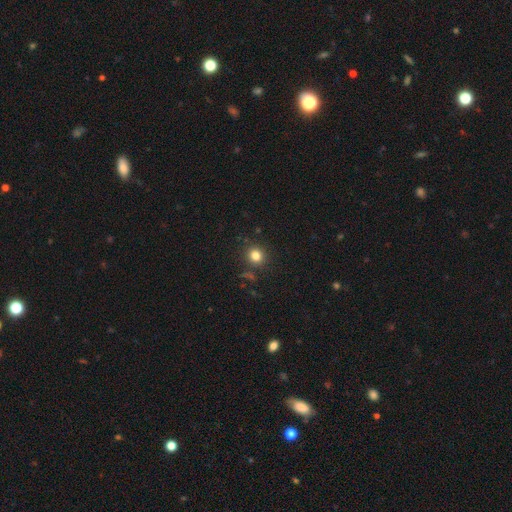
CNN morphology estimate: A smooth galaxy with no disk features (80%) that is round (87%). Merging: none (86%).